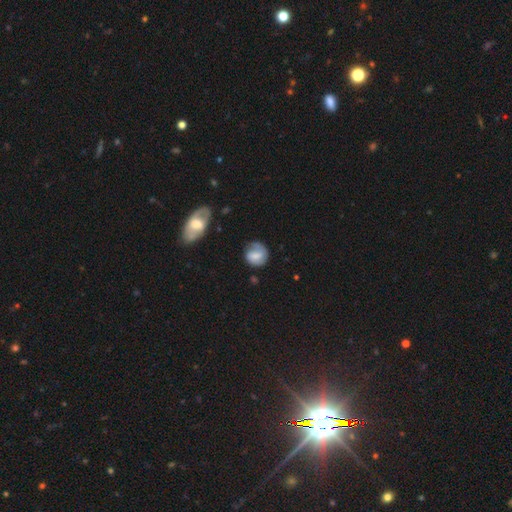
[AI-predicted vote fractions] Smooth or featured: smooth — 58% (featured or disk — 35%)
How rounded: round — 75% (in between — 23%)
Merging: none — 61% (minor disturbance — 25%)